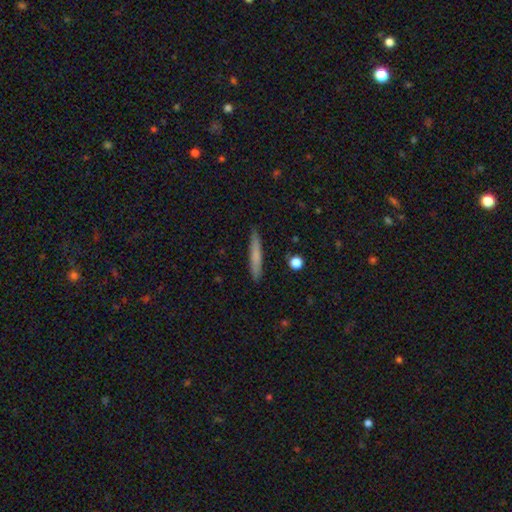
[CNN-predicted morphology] Q: Smooth or featured?
A: smooth (71%); runner-up: featured or disk (23%)
Q: How rounded?
A: cigar-shaped (95%); runner-up: in between (4%)
Q: Merging?
A: none (89%); runner-up: minor disturbance (8%)